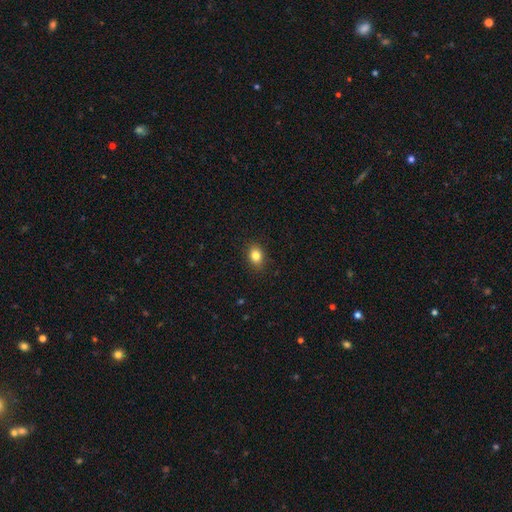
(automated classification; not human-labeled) Smooth or featured: smooth — 83% (star or artifact — 10%)
How rounded: in between — 60% (round — 39%)
Merging: none — 88% (minor disturbance — 9%)